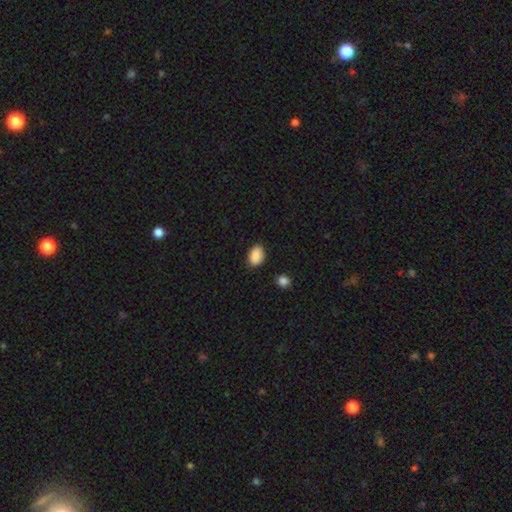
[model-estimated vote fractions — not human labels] A smooth galaxy with no disk features (89%) that is in between round and cigar-shaped (84%). Merging: none (80%).